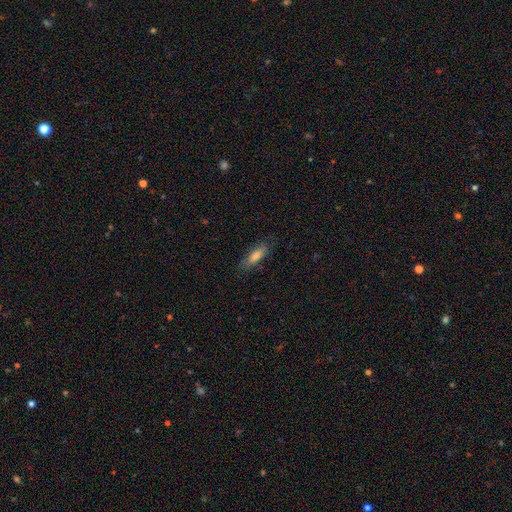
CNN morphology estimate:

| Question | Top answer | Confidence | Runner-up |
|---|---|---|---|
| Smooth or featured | smooth | 72% | featured or disk (20%) |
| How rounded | cigar-shaped | 51% | in between (47%) |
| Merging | none | 81% | minor disturbance (15%) |